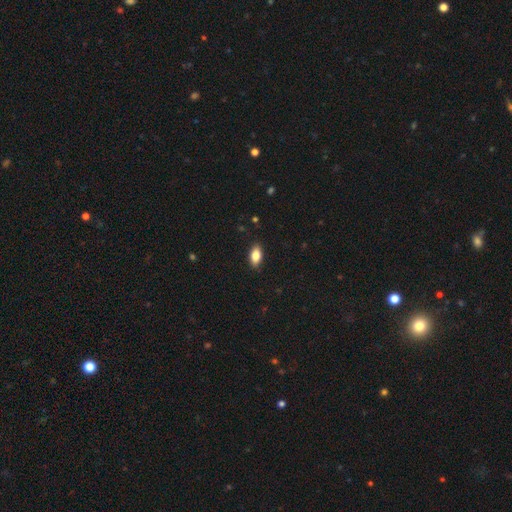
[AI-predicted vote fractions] Smooth or featured? Predicted: smooth (p=0.83). How rounded? Predicted: in between (p=0.89). Merging? Predicted: none (p=0.88).